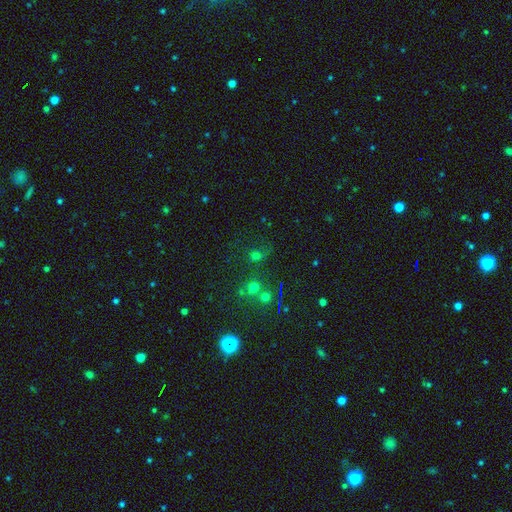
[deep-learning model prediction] Smooth or featured? smooth (52%)
How rounded? round (74%)
Merging? none (52%)